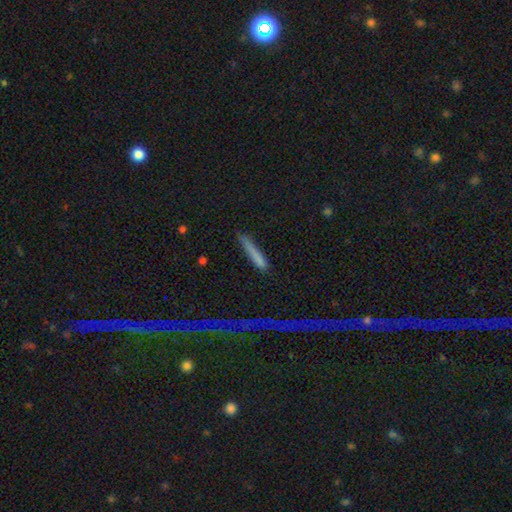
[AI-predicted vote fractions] Overall: smooth (78%). How rounded: cigar-shaped (93%). Merging: none (76%).